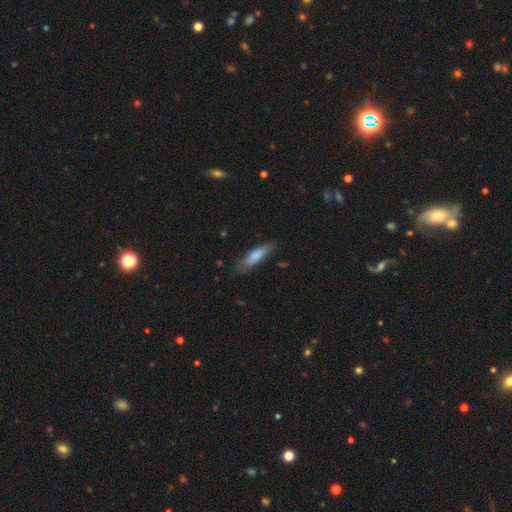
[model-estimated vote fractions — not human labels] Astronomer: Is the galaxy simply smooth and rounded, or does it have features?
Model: smooth — 79%.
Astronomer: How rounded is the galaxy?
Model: cigar-shaped — 63%.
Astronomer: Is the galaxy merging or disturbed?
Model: none — 70%.